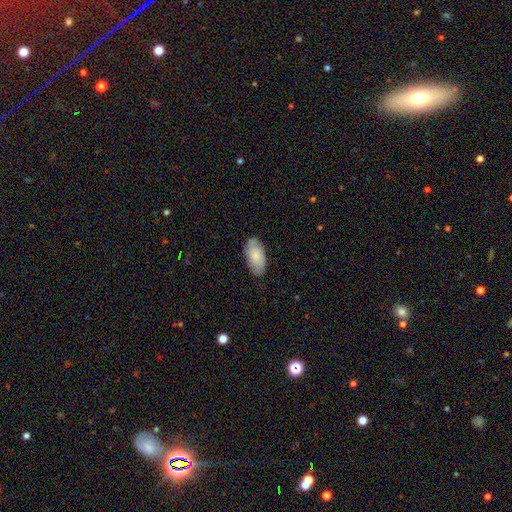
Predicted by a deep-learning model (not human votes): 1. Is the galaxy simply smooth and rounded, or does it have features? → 72% smooth, 22% featured or disk, 6% star or artifact.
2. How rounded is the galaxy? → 94% in between, 3% cigar-shaped, 2% round.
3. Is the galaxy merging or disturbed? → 79% none, 17% minor disturbance, 3% major disturbance, 1% merger.